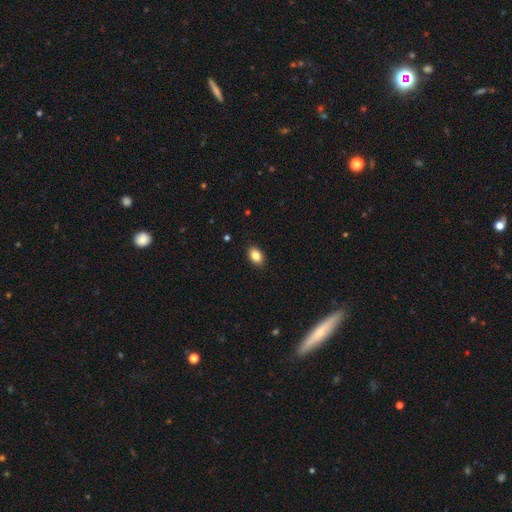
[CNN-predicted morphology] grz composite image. It shows a smooth galaxy with no disk features (85%) that is in between round and cigar-shaped (82%). Merging: none (88%).